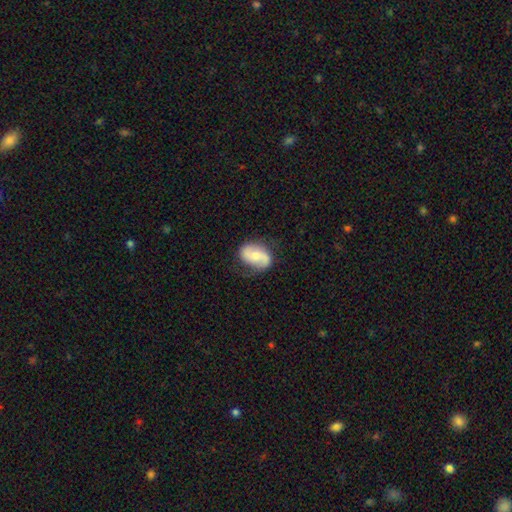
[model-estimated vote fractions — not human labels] smooth_or_featured: featured or disk (p=0.61) [alt: smooth p=0.33]
disk_edge_on: no (p=0.97) [alt: yes p=0.03]
bar: no (p=0.48) [alt: weak p=0.35]
has_spiral_arms: yes (p=0.88) [alt: no p=0.12]
spiral_winding: loose (p=0.53) [alt: medium p=0.32]
spiral_arm_count: 2 (p=0.89) [alt: can't tell p=0.06]
bulge_size: moderate (p=0.49) [alt: small p=0.44]
merging: none (p=0.73) [alt: minor disturbance p=0.20]